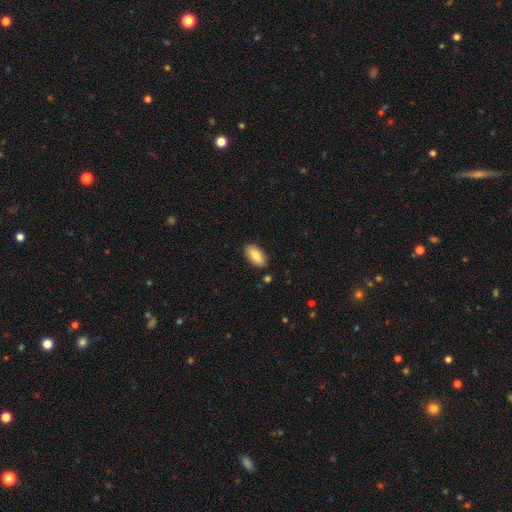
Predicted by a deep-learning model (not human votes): smooth 84%, featured or disk 9%, star or artifact 6%. Down the decision tree: how rounded — in between (91%); merging — none (87%).